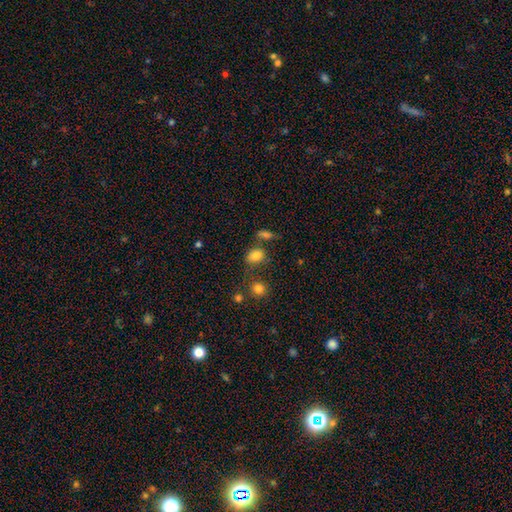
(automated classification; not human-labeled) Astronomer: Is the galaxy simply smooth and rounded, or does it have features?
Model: smooth — 81%.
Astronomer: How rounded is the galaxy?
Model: in between — 69%.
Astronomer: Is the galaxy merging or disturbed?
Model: none — 61%.